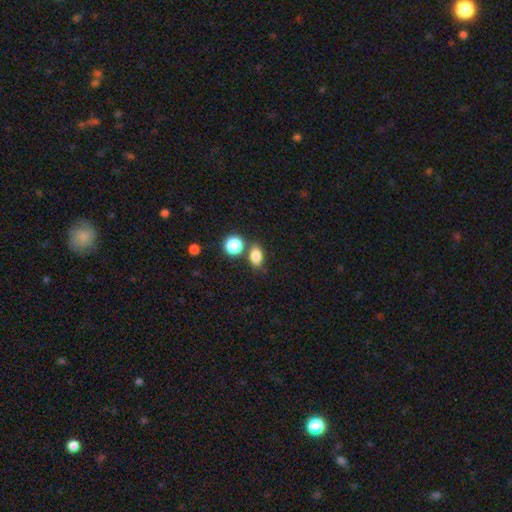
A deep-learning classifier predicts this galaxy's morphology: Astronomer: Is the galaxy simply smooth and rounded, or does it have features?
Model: smooth — 83%.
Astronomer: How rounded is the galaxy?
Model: in between — 75%.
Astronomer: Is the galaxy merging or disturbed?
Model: none — 69%.